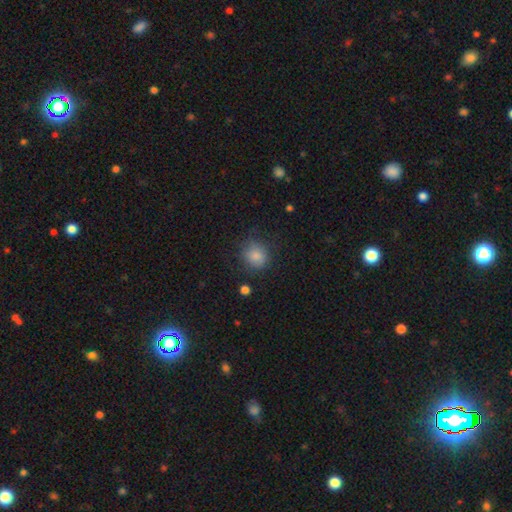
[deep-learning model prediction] Q: Smooth or featured?
A: smooth (82%); runner-up: star or artifact (12%)
Q: How rounded?
A: round (81%); runner-up: in between (18%)
Q: Merging?
A: none (76%); runner-up: minor disturbance (17%)